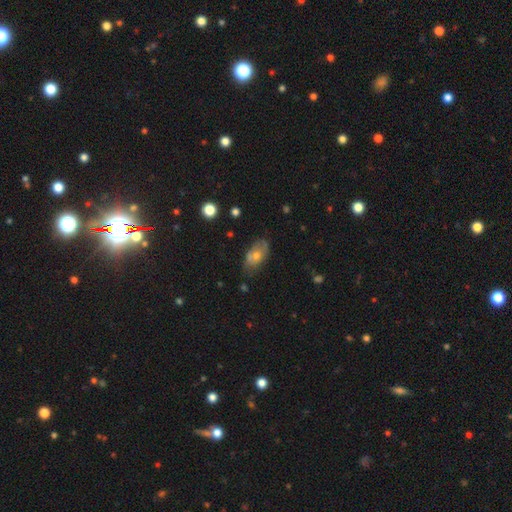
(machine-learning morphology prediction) smooth_or_featured: smooth (p=0.57) [alt: featured or disk p=0.36]
how_rounded: in between (p=0.90) [alt: round p=0.06]
merging: none (p=0.61) [alt: minor disturbance p=0.28]